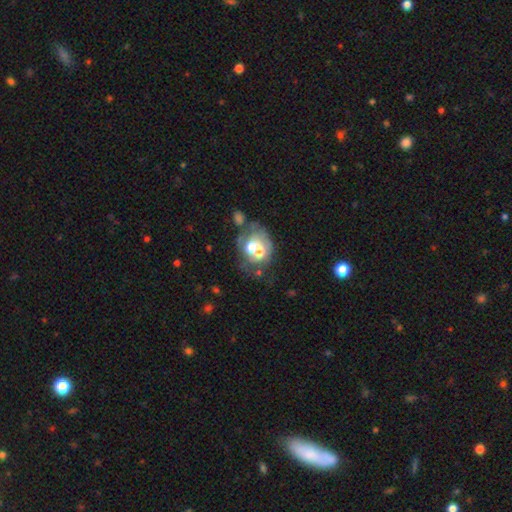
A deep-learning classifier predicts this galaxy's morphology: This is marginally a featured or disk galaxy (45%). Merging: marginally merger (42%).